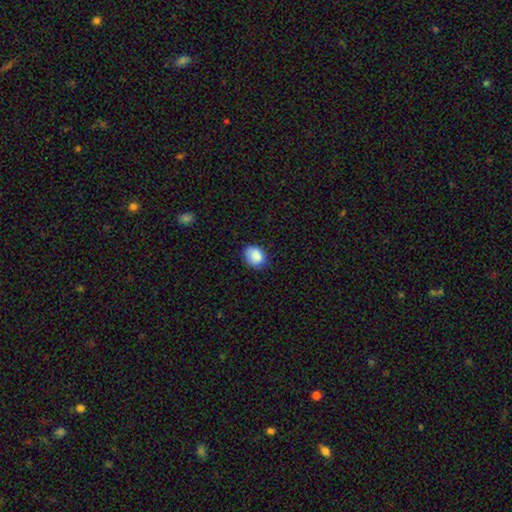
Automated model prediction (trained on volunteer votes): smooth_or_featured: smooth (p=0.87) [alt: star or artifact p=0.08]
how_rounded: in between (p=0.51) [alt: round p=0.48]
merging: none (p=0.74) [alt: minor disturbance p=0.21]